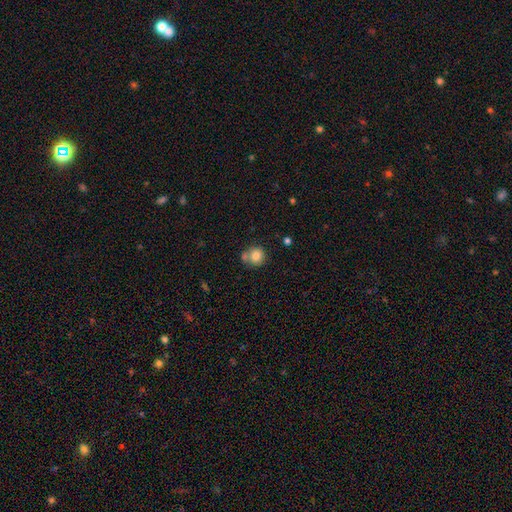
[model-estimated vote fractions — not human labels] Smooth or featured?
  - smooth: 81% *
  - star or artifact: 10%
  - featured or disk: 9%
How rounded?
  - round: 88% *
  - in between: 11%
  - cigar-shaped: 1%
Merging?
  - none: 57% *
  - merger: 26%
  - minor disturbance: 12%
  - major disturbance: 4%